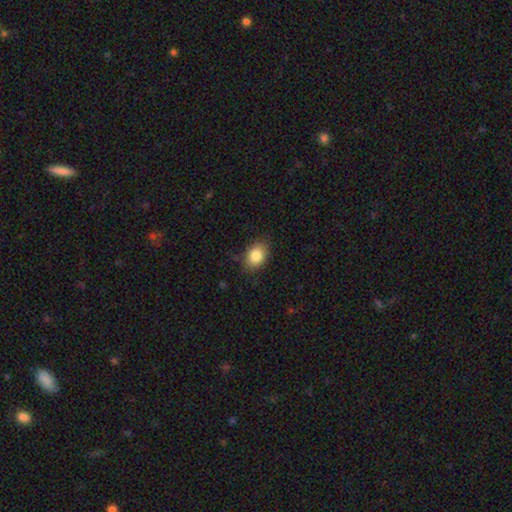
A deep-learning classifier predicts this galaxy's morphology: smooth_or_featured: smooth (p=0.85) [alt: star or artifact p=0.09]
how_rounded: in between (p=0.69) [alt: round p=0.30]
merging: none (p=0.81) [alt: minor disturbance p=0.15]